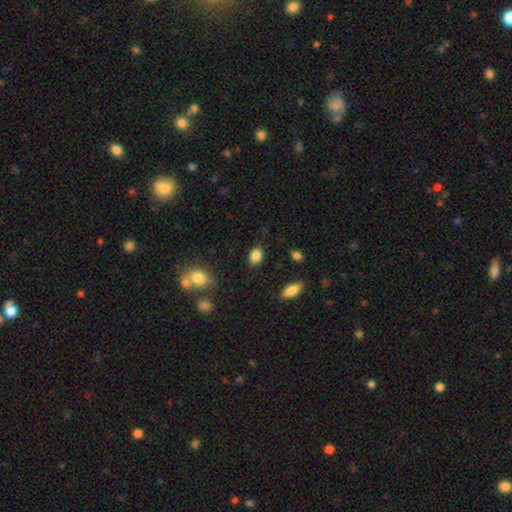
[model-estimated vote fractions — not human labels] Smooth or featured: smooth — 86% (star or artifact — 9%)
How rounded: in between — 73% (round — 25%)
Merging: none — 84% (minor disturbance — 11%)